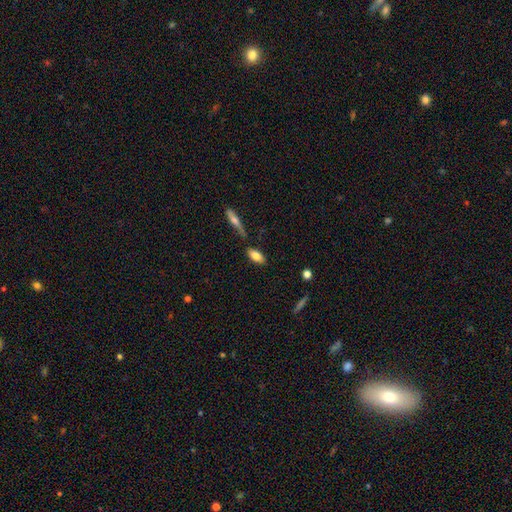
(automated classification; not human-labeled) This is likely a smooth galaxy (78%). How rounded: clearly in between (82%). Merging: likely none (78%).